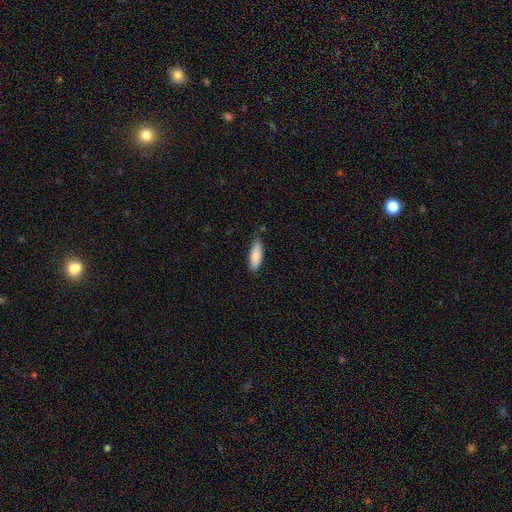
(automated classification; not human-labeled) smooth_or_featured: smooth (p=0.86) [alt: featured or disk p=0.08]
how_rounded: in between (p=0.59) [alt: cigar-shaped p=0.39]
merging: none (p=0.71) [alt: minor disturbance p=0.23]